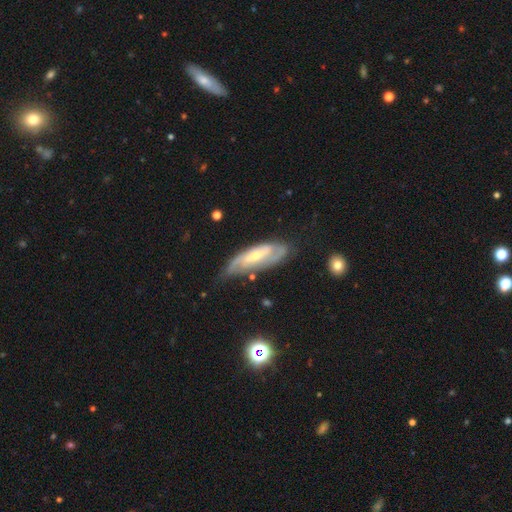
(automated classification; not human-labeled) featured or disk 80%, smooth 14%, star or artifact 6%. Down the decision tree: edge-on disk — no (86%); bar — weak (39%, tied with no); spiral arms — yes (91%); spiral arm count — 2 (58%); spiral winding — tight (47%); bulge size — small (54%); merging — none (64%).